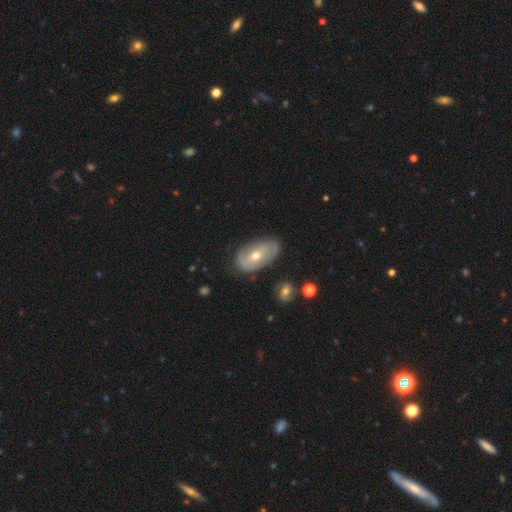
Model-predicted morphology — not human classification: Smooth or featured? Predicted: featured or disk (p=0.57). Edge-on disk? Predicted: no (p=0.90). Bar? Predicted: no (p=0.63). Spiral arms? Predicted: yes (p=0.55). Bulge size? Predicted: moderate (p=0.63). Merging? Predicted: none (p=0.68).